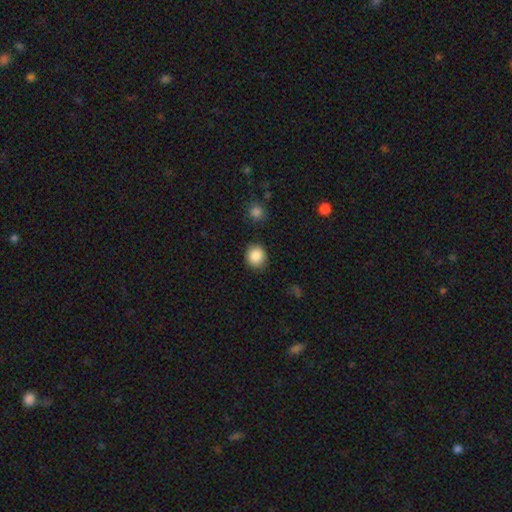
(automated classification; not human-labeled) This appears to be a smooth galaxy with no disk features (88%) that is round (83%). Merging: none (87%).